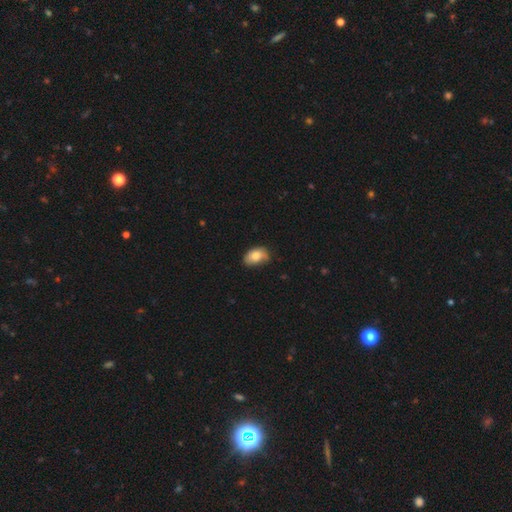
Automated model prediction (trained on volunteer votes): smooth-or-featured: smooth: 80% | featured or disk: 13% | star or artifact: 8%
  how-rounded: in between: 85% | round: 14% | cigar-shaped: 1%
  merging: none: 55% | minor disturbance: 36% | major disturbance: 7% | merger: 2%